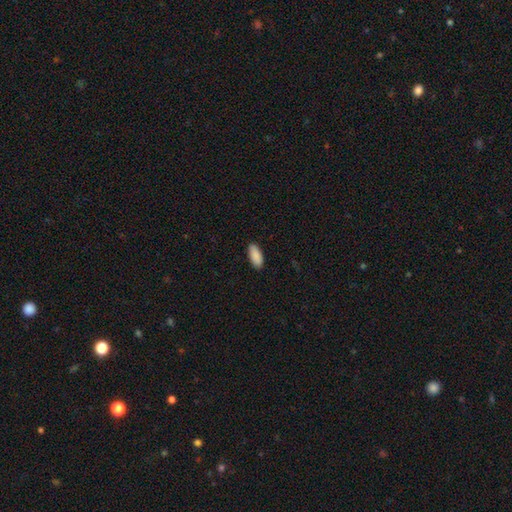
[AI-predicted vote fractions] This is clearly a smooth galaxy (91%). How rounded: clearly in between (87%). Merging: clearly none (89%).